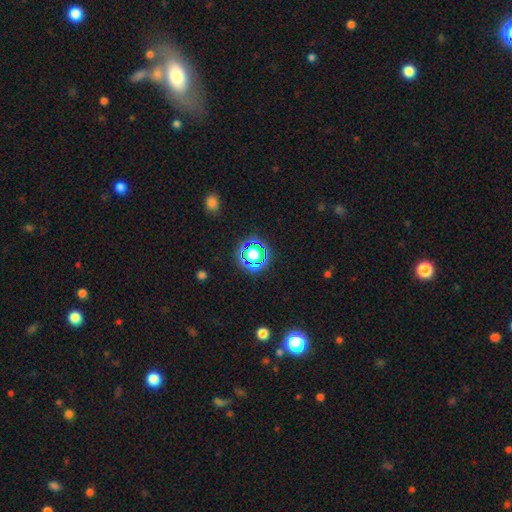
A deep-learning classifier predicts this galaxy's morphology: The model was most divided on "smooth or featured": star or artifact: 48%, smooth: 40%, featured or disk: 11%.